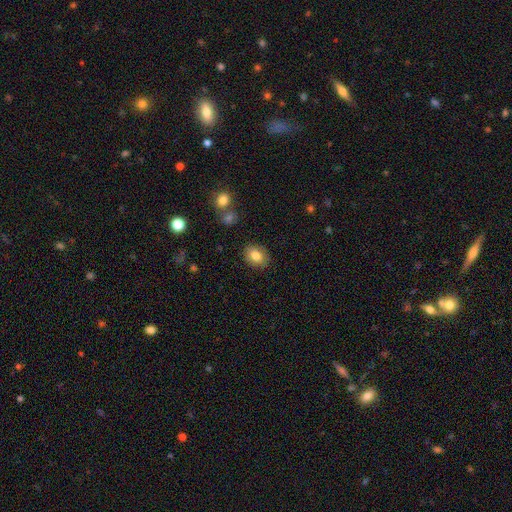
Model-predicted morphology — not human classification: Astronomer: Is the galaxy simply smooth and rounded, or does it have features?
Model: smooth — 82%.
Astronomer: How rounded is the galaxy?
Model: in between — 70%.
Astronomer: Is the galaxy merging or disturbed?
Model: none — 88%.